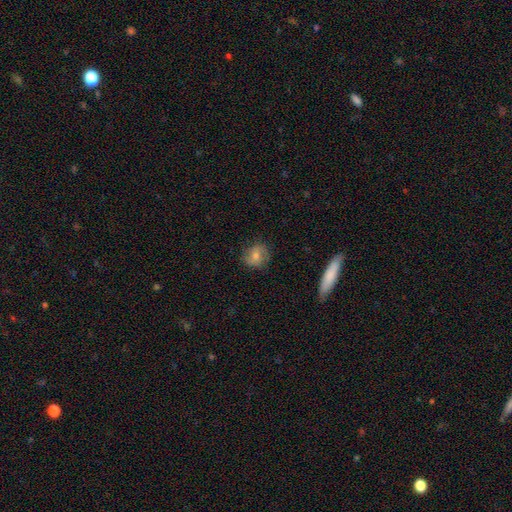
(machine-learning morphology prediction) smooth_or_featured: smooth (p=0.71) [alt: featured or disk p=0.20]
how_rounded: round (p=0.74) [alt: in between p=0.25]
merging: none (p=0.79) [alt: minor disturbance p=0.15]